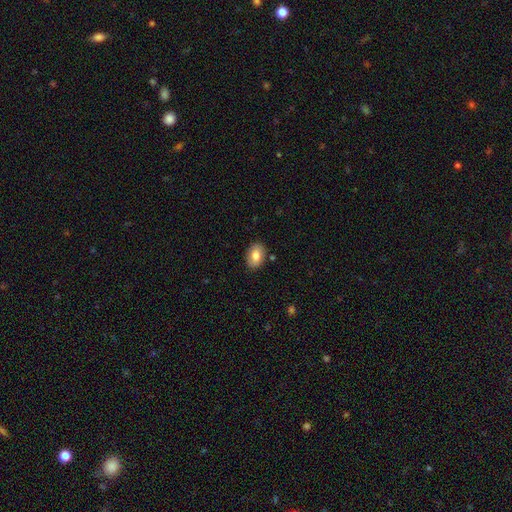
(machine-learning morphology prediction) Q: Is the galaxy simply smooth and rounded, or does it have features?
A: smooth — 80%.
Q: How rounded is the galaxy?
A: in between — 85%.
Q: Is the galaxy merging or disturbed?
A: none — 86%.